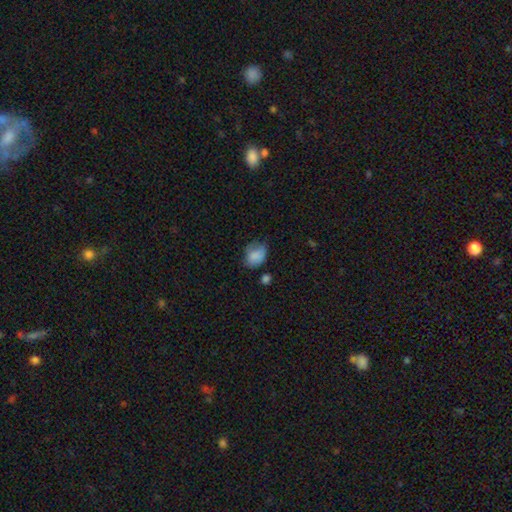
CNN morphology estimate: Smooth or featured? Predicted: smooth (p=0.81). How rounded? Predicted: in between (p=0.65). Merging? Predicted: none (p=0.48).